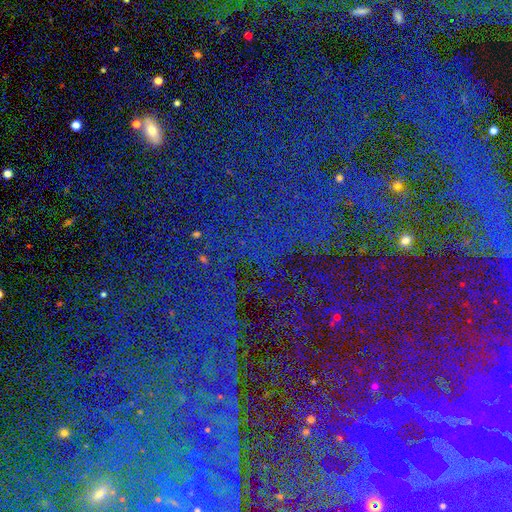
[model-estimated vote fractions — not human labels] smooth-or-featured: star or artifact: 83% | smooth: 9% | featured or disk: 8%